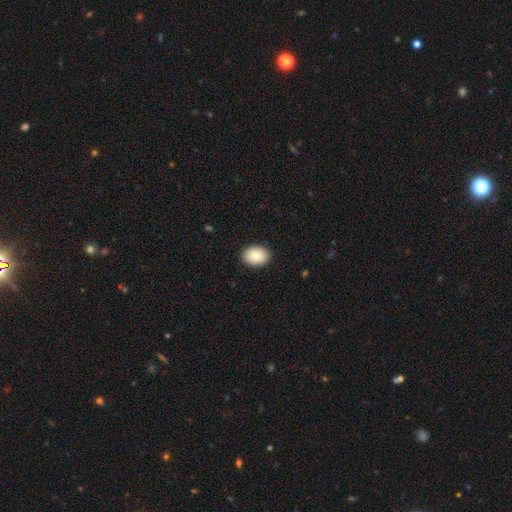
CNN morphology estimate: Q: Smooth or featured?
A: smooth (90%); runner-up: star or artifact (7%)
Q: How rounded?
A: in between (78%); runner-up: round (21%)
Q: Merging?
A: none (90%); runner-up: minor disturbance (7%)